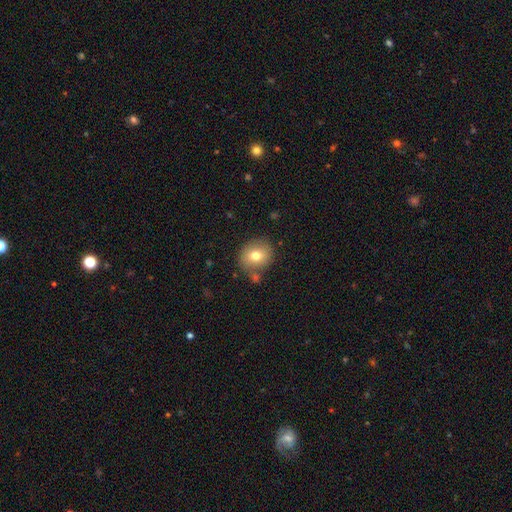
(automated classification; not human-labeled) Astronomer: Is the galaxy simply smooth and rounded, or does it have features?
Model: smooth — 74%.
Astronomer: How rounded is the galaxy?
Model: round — 74%.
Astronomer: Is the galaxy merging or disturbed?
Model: none — 76%.